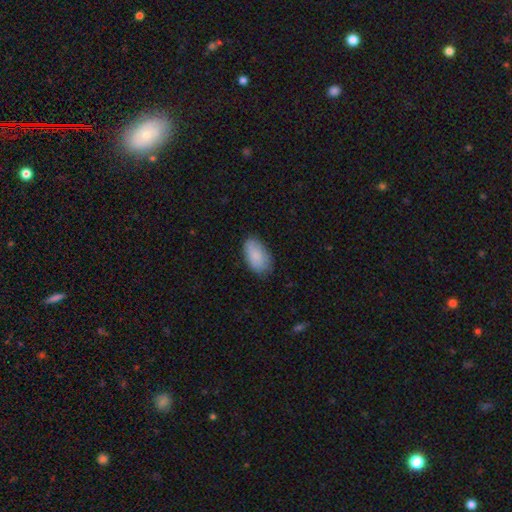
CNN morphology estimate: This appears to be a smooth galaxy with no disk features (86%) that is in between round and cigar-shaped (94%). Merging: none (79%).